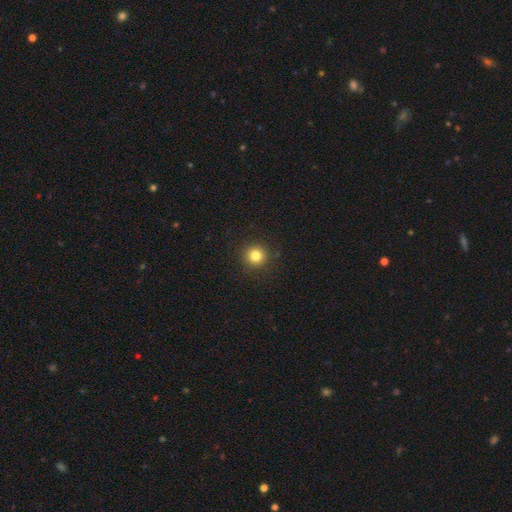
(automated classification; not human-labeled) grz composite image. It shows a smooth galaxy with no disk features (81%) that is round (94%). Merging: none (91%).